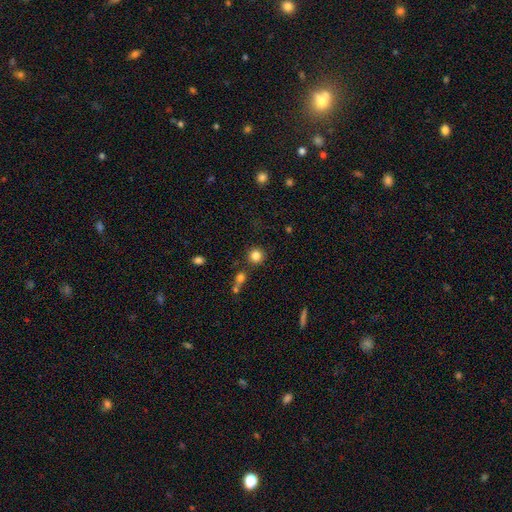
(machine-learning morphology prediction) Smooth or featured? Predicted: smooth (p=0.82). How rounded? Predicted: round (p=0.92). Merging? Predicted: none (p=0.81).